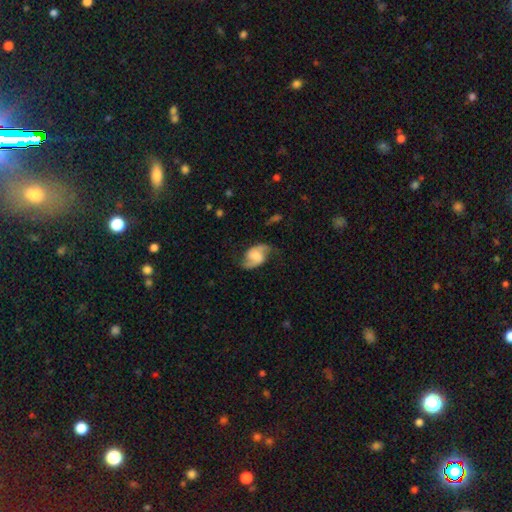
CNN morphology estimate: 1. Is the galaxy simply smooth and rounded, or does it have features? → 80% featured or disk, 14% smooth, 6% star or artifact.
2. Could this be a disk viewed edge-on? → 98% no, 2% yes.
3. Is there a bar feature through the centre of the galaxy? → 45% weak, 39% no, 16% strong.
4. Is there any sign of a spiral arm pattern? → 95% yes, 5% no.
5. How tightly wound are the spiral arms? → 51% loose, 39% medium, 10% tight.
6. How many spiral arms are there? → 92% 2, 3% can't tell, 2% 1, 1% 3, 1% 4, 1% more than 4.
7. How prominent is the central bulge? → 31% moderate, 27% small, 24% none, 15% large, 3% dominant.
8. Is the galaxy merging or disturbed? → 71% none, 18% minor disturbance, 9% major disturbance, 2% merger.